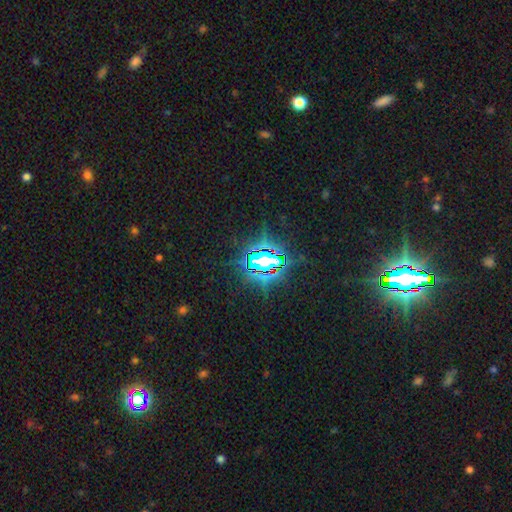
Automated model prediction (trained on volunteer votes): smooth_or_featured: star or artifact (p=0.84) [alt: smooth p=0.09]